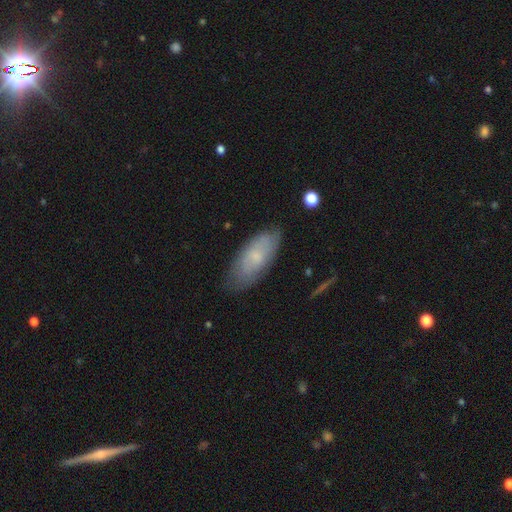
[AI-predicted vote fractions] smooth 62%, featured or disk 31%, star or artifact 7%. Down the decision tree: how rounded — in between (83%); merging — none (75%).